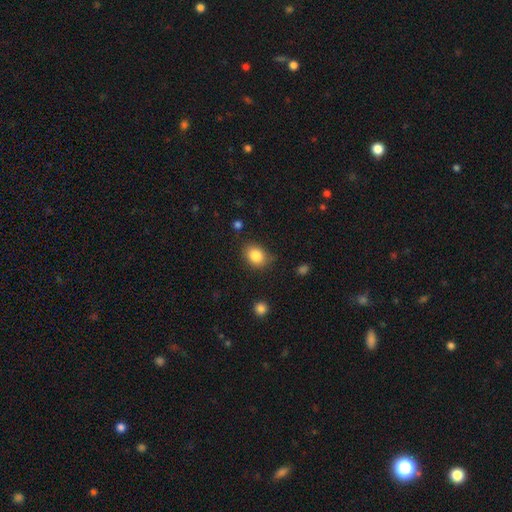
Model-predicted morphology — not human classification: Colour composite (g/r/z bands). It shows a smooth galaxy with no disk features (85%) that is in between round and cigar-shaped (59%). Merging: none (78%).